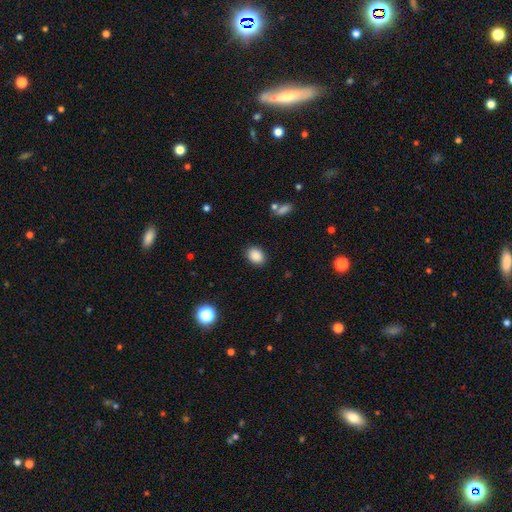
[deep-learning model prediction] Overall: smooth (88%). How rounded: in between (65%; round 34%). Merging: none (87%).